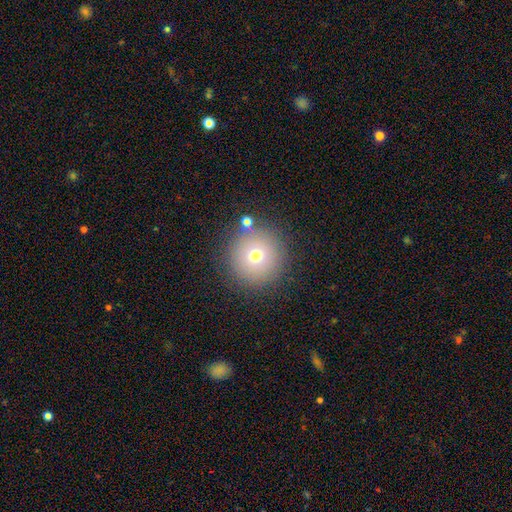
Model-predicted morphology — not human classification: Q: Smooth or featured?
A: smooth (71%); runner-up: star or artifact (16%)
Q: How rounded?
A: round (95%); runner-up: in between (4%)
Q: Merging?
A: none (85%); runner-up: minor disturbance (7%)